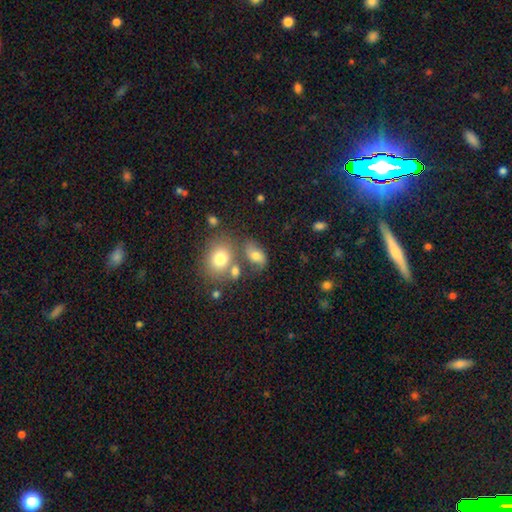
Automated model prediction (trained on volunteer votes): The model was most divided on "merging": none: 52%, merger: 20%, minor disturbance: 19%, major disturbance: 9%. More confident: how rounded — in between (79%); smooth or featured — smooth (66%).